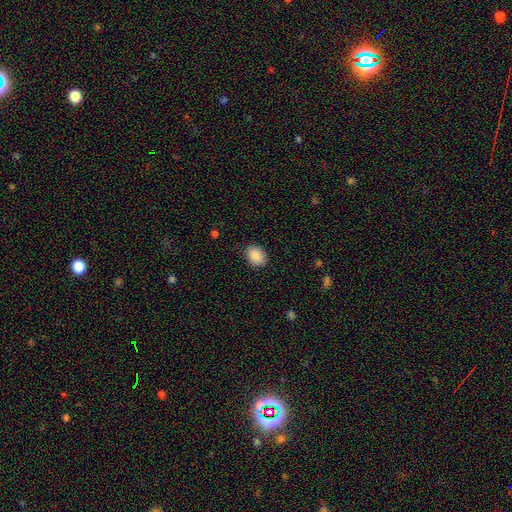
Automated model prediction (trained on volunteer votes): Smooth or featured: smooth — 90% (star or artifact — 7%)
How rounded: in between — 74% (round — 25%)
Merging: none — 86% (minor disturbance — 10%)